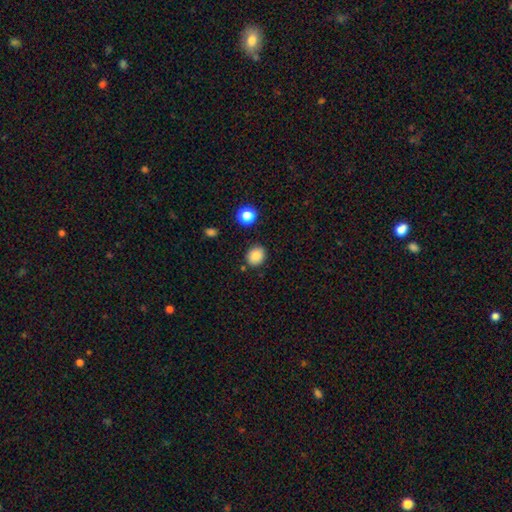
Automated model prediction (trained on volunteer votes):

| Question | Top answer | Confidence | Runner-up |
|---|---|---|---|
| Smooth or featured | smooth | 85% | star or artifact (10%) |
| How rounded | round | 70% | in between (29%) |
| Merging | none | 85% | minor disturbance (10%) |